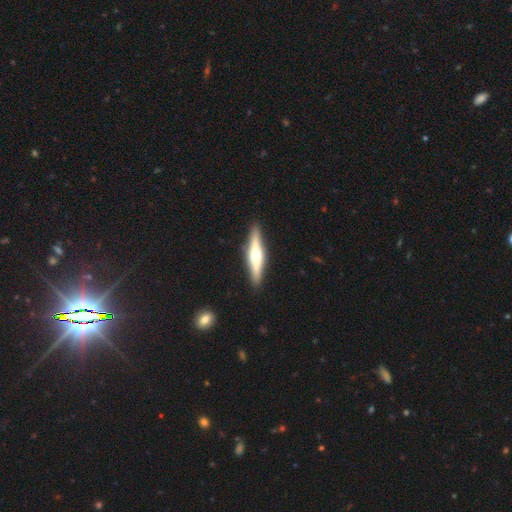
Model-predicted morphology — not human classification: featured or disk 62%, smooth 33%, star or artifact 5%. Down the decision tree: edge-on disk — yes (95%); edge-on bulge — rounded (91%); merging — none (90%).